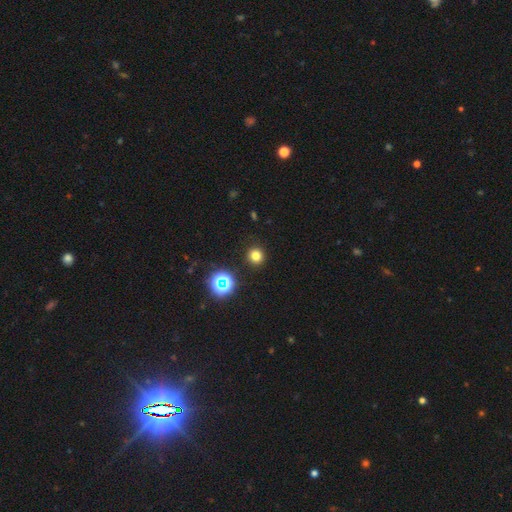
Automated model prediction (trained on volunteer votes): Smooth or featured? Predicted: smooth (p=0.75). How rounded? Predicted: round (p=0.94). Merging? Predicted: none (p=0.92).